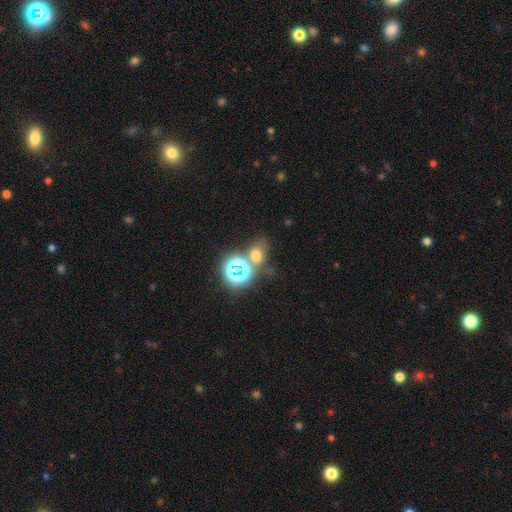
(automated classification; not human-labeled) Smooth or featured? smooth (55%)
How rounded? round (49%, tied with in between)
Merging? none (55%)